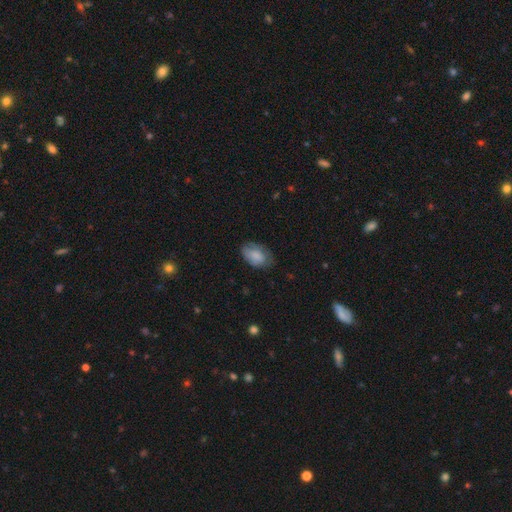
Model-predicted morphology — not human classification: A smooth galaxy with no disk features (78%) that is in between round and cigar-shaped (90%). Merging: none (59%).